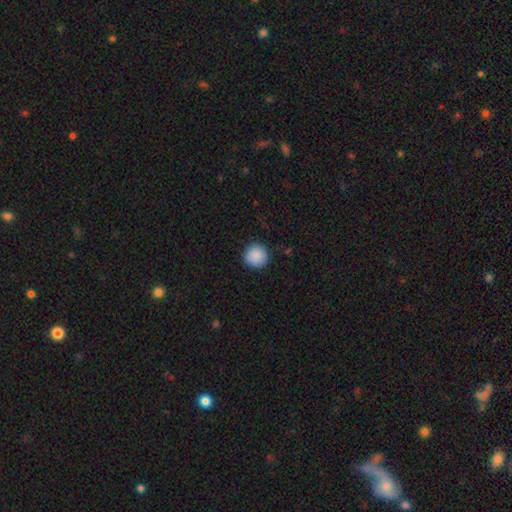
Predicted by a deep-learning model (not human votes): Smooth or featured: smooth — 89% (star or artifact — 8%)
How rounded: round — 95% (in between — 4%)
Merging: none — 91% (minor disturbance — 6%)